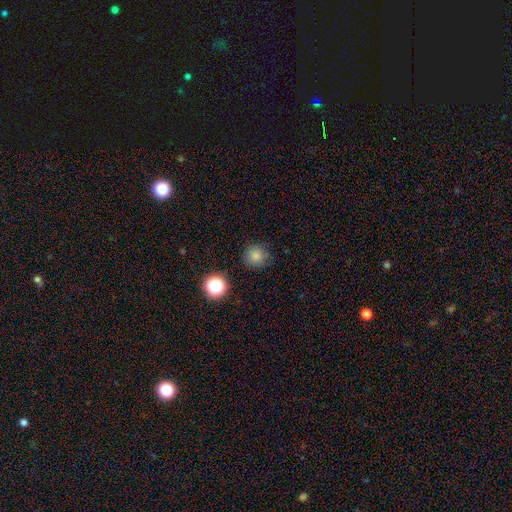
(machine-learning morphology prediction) The model was most divided on "smooth or featured": smooth: 80%, star or artifact: 14%, featured or disk: 5%. More confident: how rounded — round (93%); merging — none (84%).